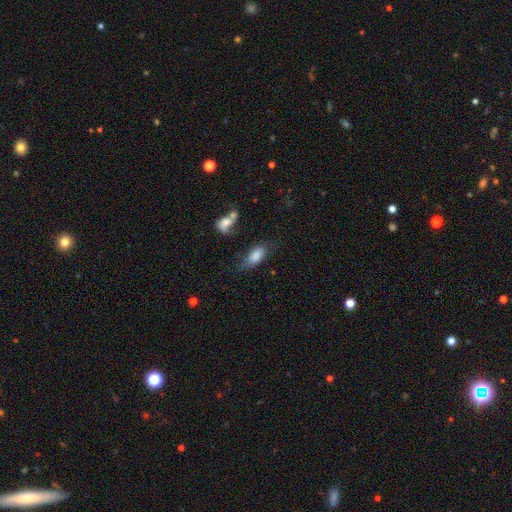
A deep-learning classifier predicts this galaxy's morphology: Smooth or featured? Predicted: smooth (p=0.79). How rounded? Predicted: in between (p=0.87). Merging? Predicted: none (p=0.50).